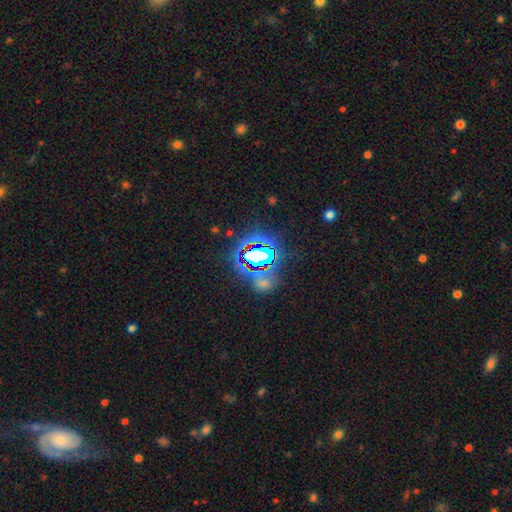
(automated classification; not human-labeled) Q: Smooth or featured?
A: star or artifact (73%); runner-up: smooth (16%)